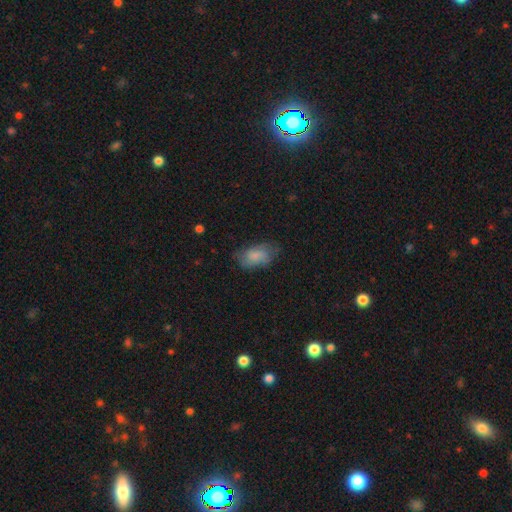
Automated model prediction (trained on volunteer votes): The model was most divided on "merging": none: 62%, minor disturbance: 27%, major disturbance: 10%, merger: 1%. More confident: how rounded — in between (91%); smooth or featured — smooth (71%).